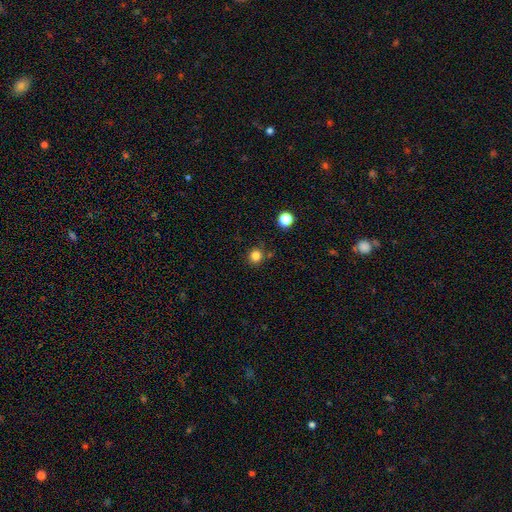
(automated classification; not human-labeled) Morphology: type=smooth (82%); roundness=round (93%); merging=none (83%).